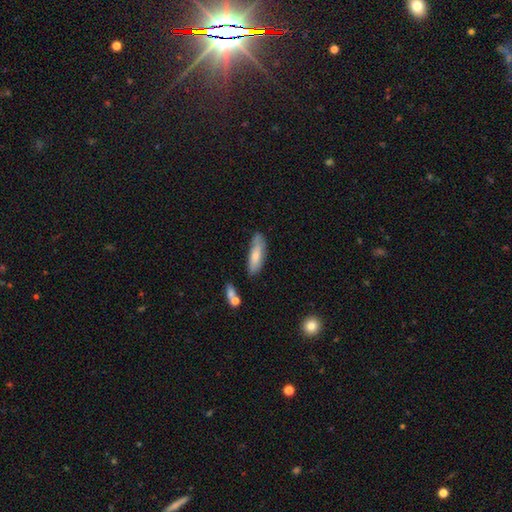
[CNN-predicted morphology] Q: Smooth or featured?
A: smooth (72%); runner-up: featured or disk (22%)
Q: How rounded?
A: cigar-shaped (50%); runner-up: in between (49%)
Q: Merging?
A: none (69%); runner-up: minor disturbance (22%)